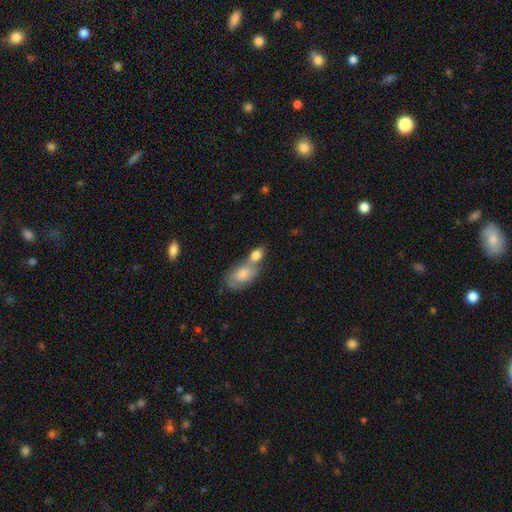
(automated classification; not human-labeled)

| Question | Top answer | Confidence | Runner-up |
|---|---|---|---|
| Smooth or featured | smooth | 74% | featured or disk (19%) |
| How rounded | in between | 79% | round (17%) |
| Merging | merger | 60% | none (26%) |